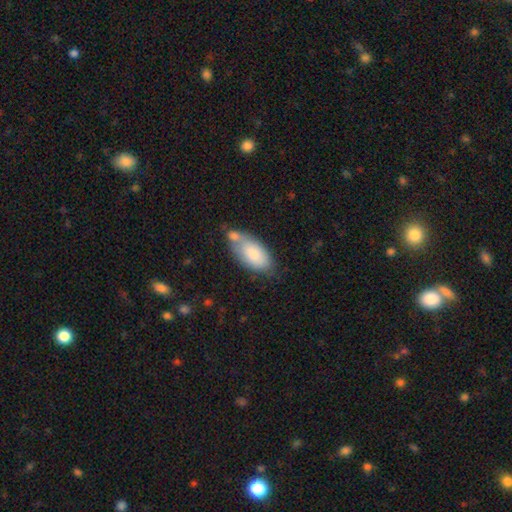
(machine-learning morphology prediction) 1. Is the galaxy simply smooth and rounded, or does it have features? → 77% smooth, 17% featured or disk, 6% star or artifact.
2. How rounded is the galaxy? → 92% in between, 5% cigar-shaped, 3% round.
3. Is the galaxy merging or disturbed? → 42% none, 28% merger, 23% minor disturbance, 7% major disturbance.